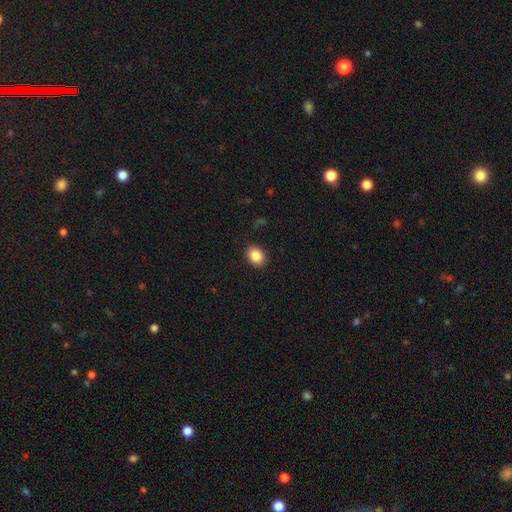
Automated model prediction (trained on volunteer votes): A smooth galaxy with no disk features (87%) that is in between round and cigar-shaped (60%). Merging: none (88%).